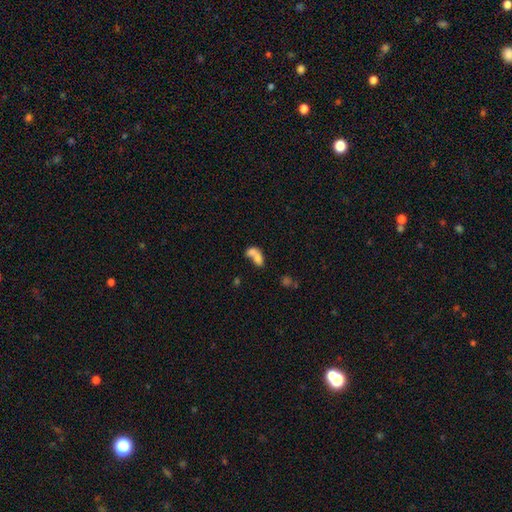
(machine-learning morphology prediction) A smooth galaxy with no disk features (72%) that is in between round and cigar-shaped (77%). Merging: merger (73%).